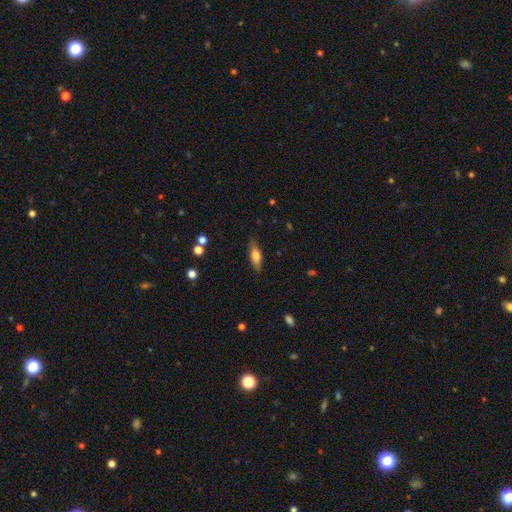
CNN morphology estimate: Smooth or featured? smooth (70%)
How rounded? in between (61%)
Merging? none (80%)